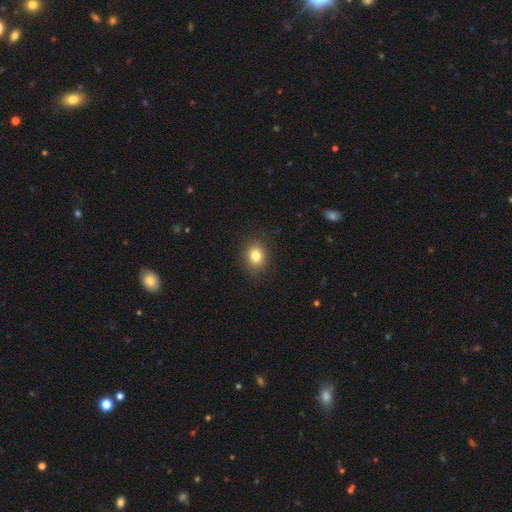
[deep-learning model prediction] A smooth galaxy with no disk features (82%) that is round (62%).

Vote fractions:
- Smooth or featured? smooth: 82% / star or artifact: 11% / featured or disk: 7%
- How rounded? round: 62% / in between: 37% / cigar-shaped: 1%
- Merging? none: 87% / minor disturbance: 9% / major disturbance: 3% / merger: 1%